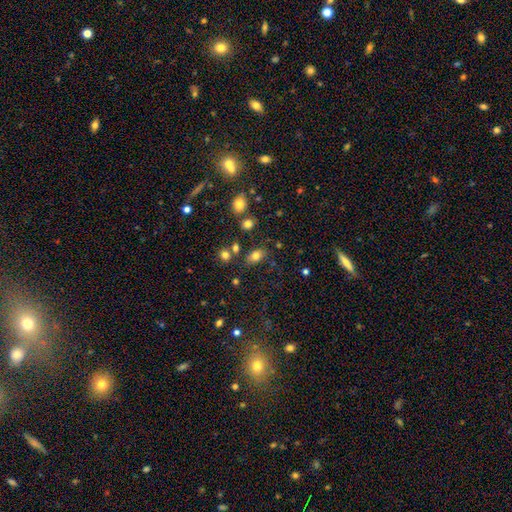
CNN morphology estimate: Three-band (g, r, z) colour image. It shows a smooth galaxy with no disk features (77%) that is in between round and cigar-shaped (85%). Merging: none (72%).